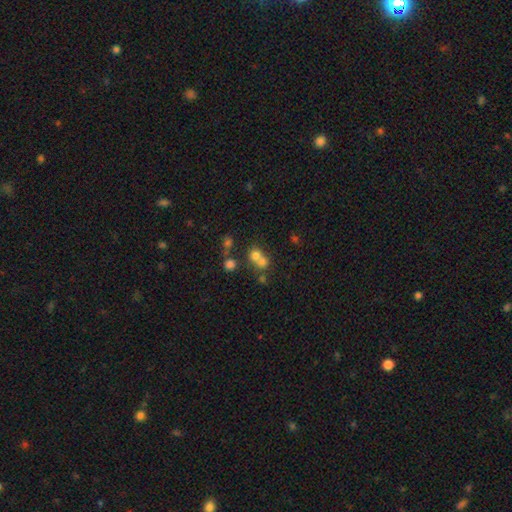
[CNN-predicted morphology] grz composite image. It shows a smooth galaxy with no disk features (66%) that is round (78%). Merging: merger (53%).